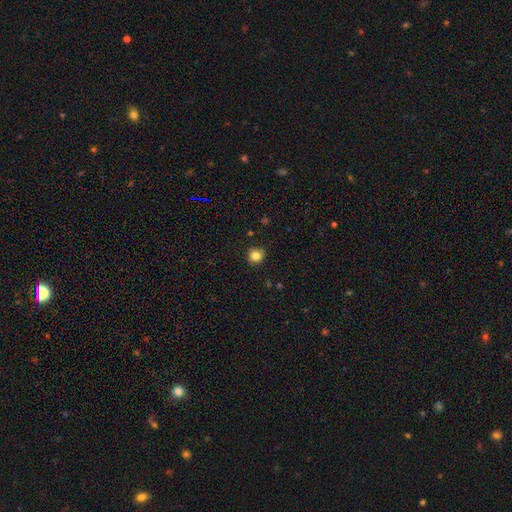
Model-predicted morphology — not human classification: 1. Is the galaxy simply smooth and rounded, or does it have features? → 84% smooth, 11% star or artifact, 5% featured or disk.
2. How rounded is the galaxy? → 88% round, 11% in between, 1% cigar-shaped.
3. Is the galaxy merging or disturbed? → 89% none, 8% minor disturbance, 2% major disturbance, 1% merger.